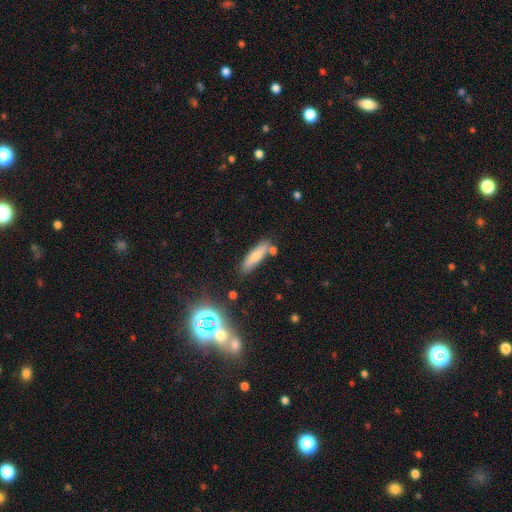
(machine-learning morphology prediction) Smooth or featured? Predicted: smooth (p=0.70). How rounded? Predicted: cigar-shaped (p=0.65). Merging? Predicted: none (p=0.75).